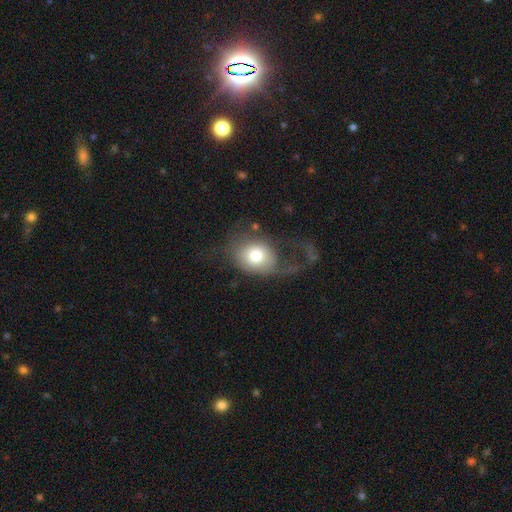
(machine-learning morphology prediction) Smooth or featured? smooth (68%)
How rounded? round (50%)
Merging? major disturbance (54%)